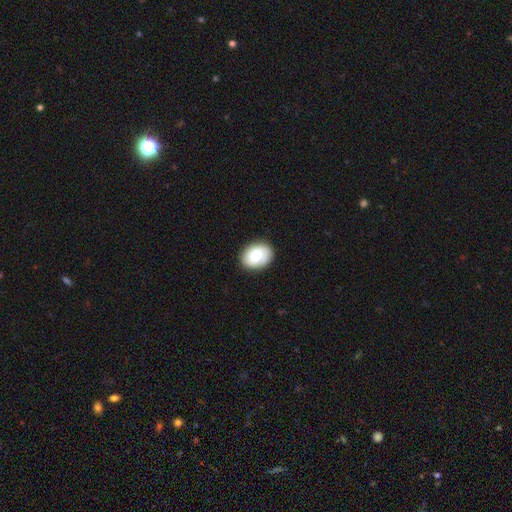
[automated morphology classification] The model was most divided on "how rounded": in between: 66%, round: 33%, cigar-shaped: 1%. More confident: merging — none (85%); smooth or featured — smooth (77%).